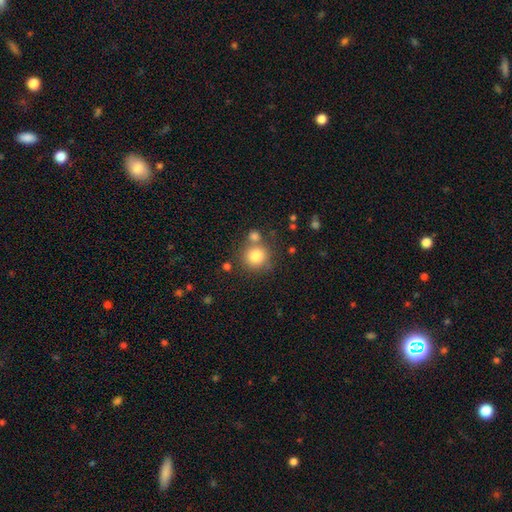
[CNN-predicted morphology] This is clearly a smooth galaxy (81%). How rounded: clearly round (91%). Merging: likely none (67%).